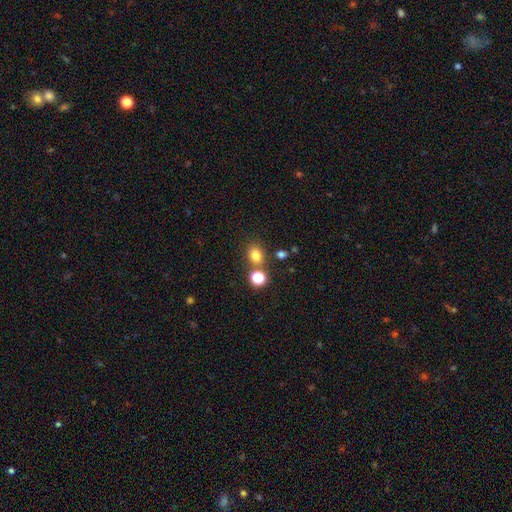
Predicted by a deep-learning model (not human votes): The model was most divided on "how rounded": round: 52%, in between: 47%, cigar-shaped: 1%. More confident: smooth or featured — smooth (78%); merging — none (71%).